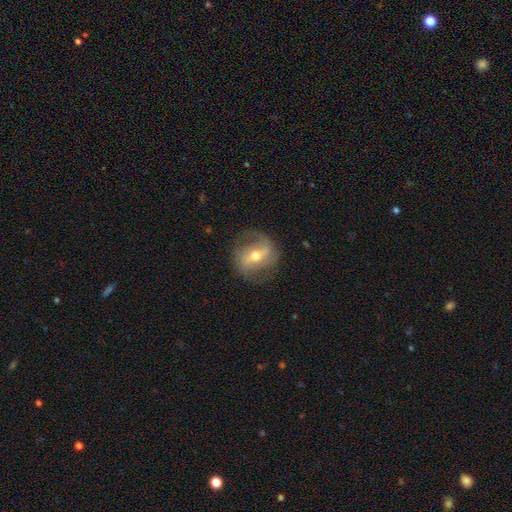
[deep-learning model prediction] The model was most divided on "spiral winding": medium: 42%, loose: 39%, tight: 19%. Remaining: edge-on disk — no (94%); spiral arms — yes (85%); spiral arm count — 2 (83%); merging — none (77%); smooth or featured — featured or disk (76%); bulge size — moderate (68%); bar — strong (45%).